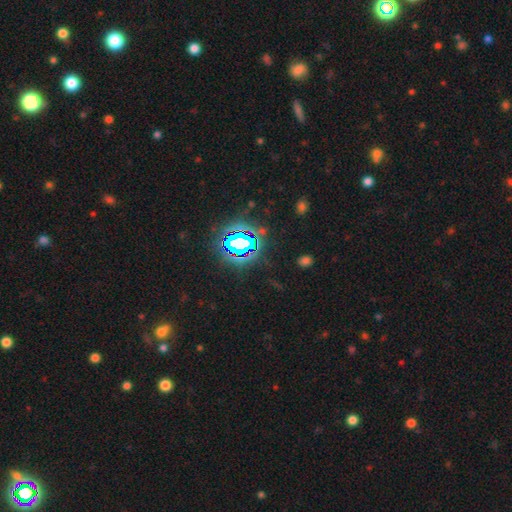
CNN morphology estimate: Smooth or featured? Predicted: star or artifact (p=0.82).